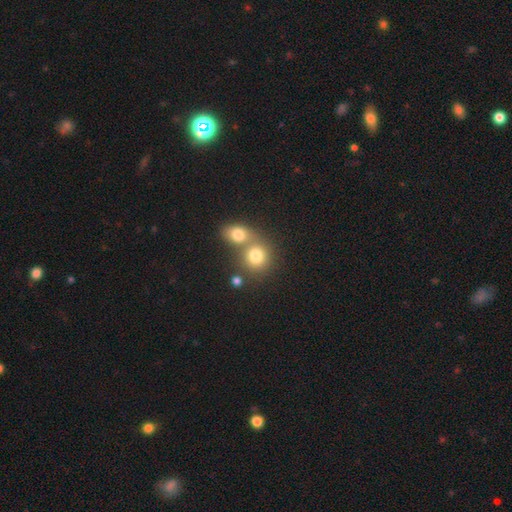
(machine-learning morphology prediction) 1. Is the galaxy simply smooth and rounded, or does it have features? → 78% smooth, 11% star or artifact, 11% featured or disk.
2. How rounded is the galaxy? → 76% round, 22% in between, 1% cigar-shaped.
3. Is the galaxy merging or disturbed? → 52% merger, 38% none, 7% minor disturbance, 3% major disturbance.